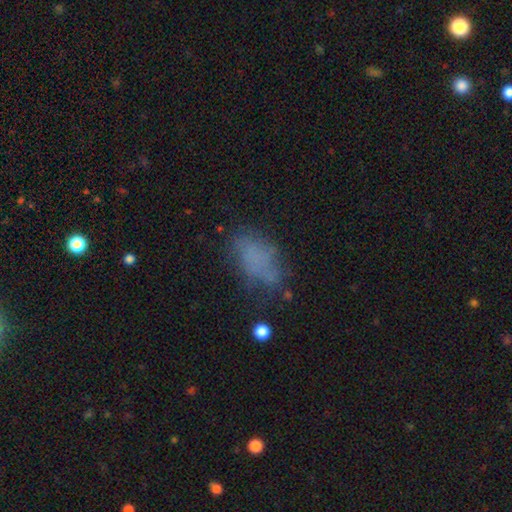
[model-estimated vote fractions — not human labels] Morphology: type=smooth (66%); roundness=in between (87%); merging=none (55%).